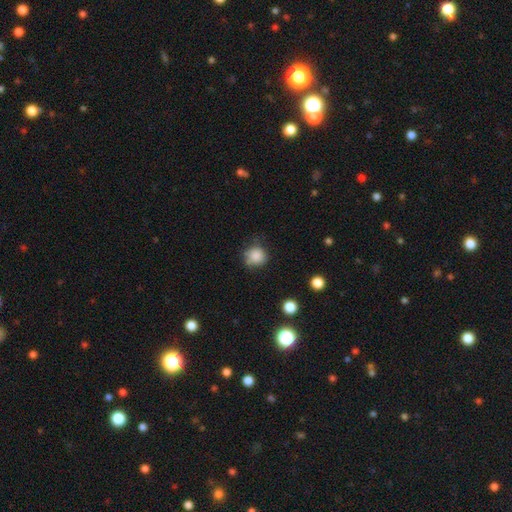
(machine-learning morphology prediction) smooth 85%, star or artifact 10%, featured or disk 5%. Down the decision tree: how rounded — round (88%); merging — none (68%).